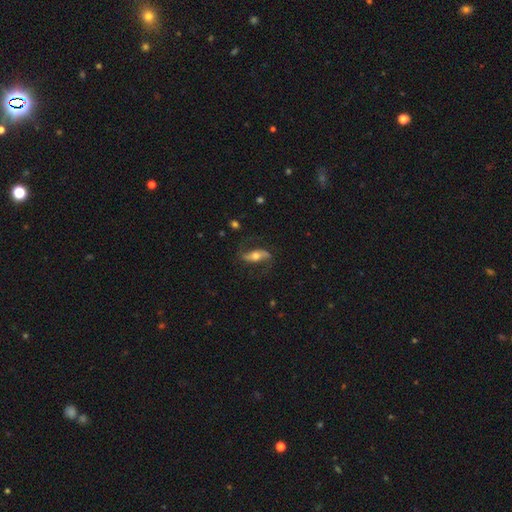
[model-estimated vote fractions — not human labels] Smooth or featured? Predicted: featured or disk (p=0.71). Edge-on disk? Predicted: no (p=0.83). Bar? Predicted: strong (p=0.42). Spiral arms? Predicted: yes (p=0.89). Spiral winding? Predicted: loose (p=0.63). Spiral arm count? Predicted: 2 (p=0.91). Bulge size? Predicted: moderate (p=0.64). Merging? Predicted: none (p=0.72).